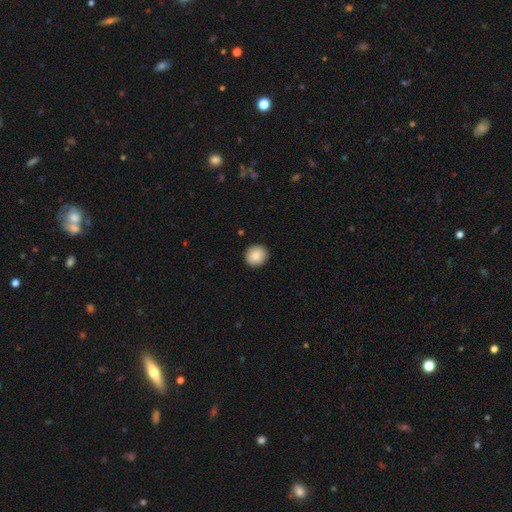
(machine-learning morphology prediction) Smooth or featured: smooth — 88% (star or artifact — 8%)
How rounded: round — 90% (in between — 9%)
Merging: none — 92% (minor disturbance — 6%)